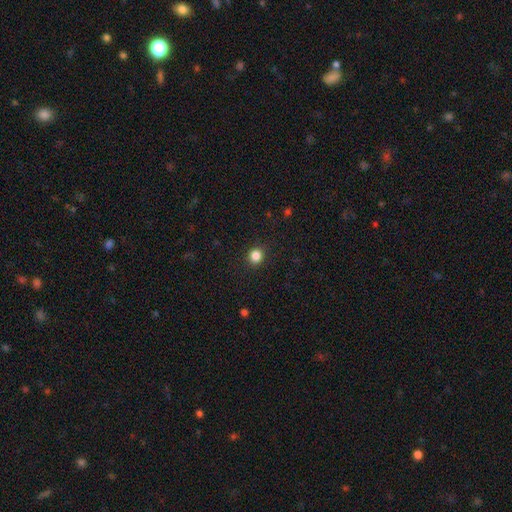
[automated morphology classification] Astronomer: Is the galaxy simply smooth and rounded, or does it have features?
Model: smooth — 85%.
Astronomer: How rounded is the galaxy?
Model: round — 85%.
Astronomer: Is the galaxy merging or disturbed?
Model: none — 91%.